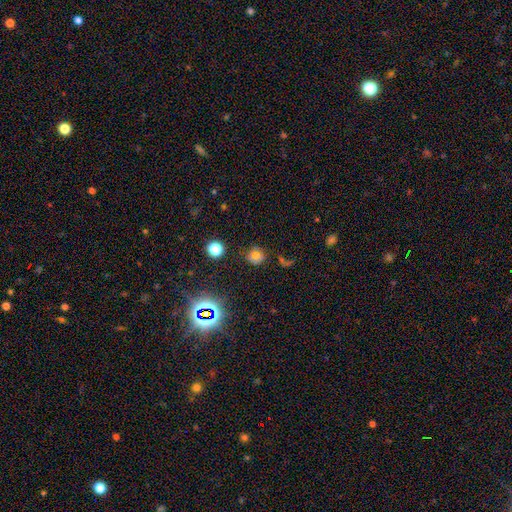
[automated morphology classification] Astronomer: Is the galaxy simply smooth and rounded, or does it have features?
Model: smooth — 66%.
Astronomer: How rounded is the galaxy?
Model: round — 85%.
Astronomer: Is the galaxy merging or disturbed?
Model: none — 76%.